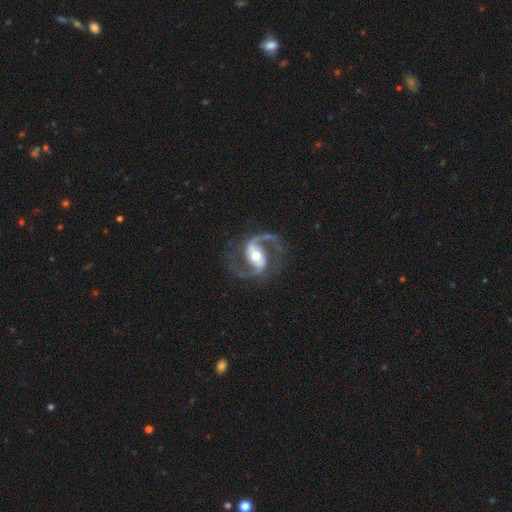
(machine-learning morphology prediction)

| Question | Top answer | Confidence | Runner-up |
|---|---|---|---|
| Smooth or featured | featured or disk | 92% | star or artifact (4%) |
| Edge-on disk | no | 98% | yes (2%) |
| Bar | strong | 46% | weak (33%) |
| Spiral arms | yes | 98% | no (2%) |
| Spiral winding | medium | 58% | loose (33%) |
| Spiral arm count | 2 | 94% | 1 (2%) |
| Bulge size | moderate | 65% | small (22%) |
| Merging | none | 79% | minor disturbance (12%) |